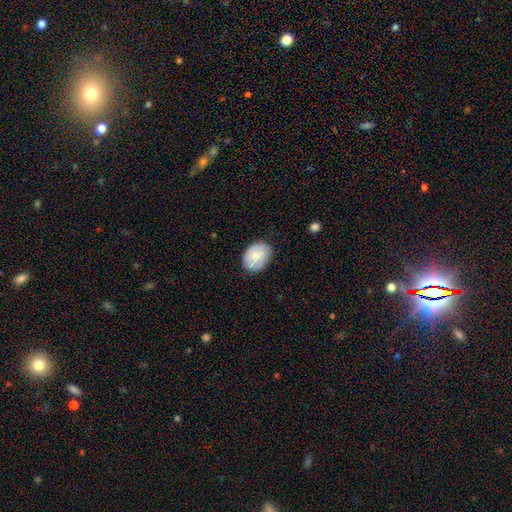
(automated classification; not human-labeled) Smooth or featured? Predicted: smooth (p=0.65). How rounded? Predicted: in between (p=0.64). Merging? Predicted: none (p=0.76).